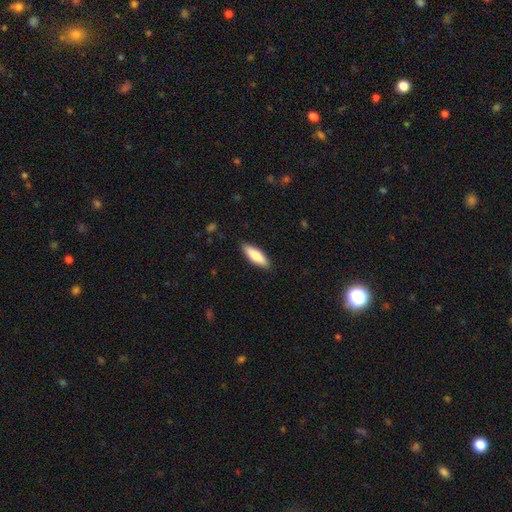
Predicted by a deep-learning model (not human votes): smooth-or-featured: smooth: 78% | featured or disk: 17% | star or artifact: 5%
  how-rounded: in between: 53% | cigar-shaped: 45% | round: 2%
  merging: none: 88% | minor disturbance: 9% | major disturbance: 2% | merger: 1%